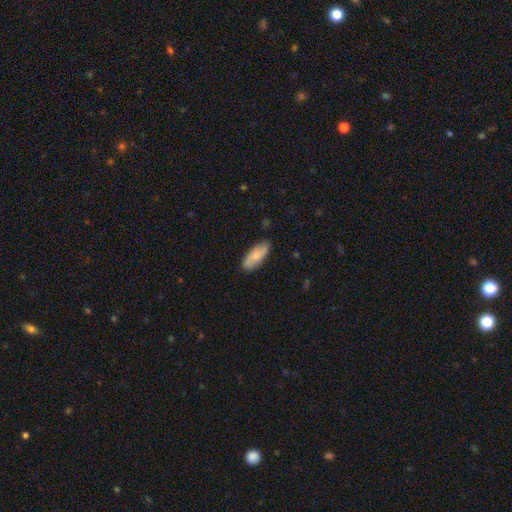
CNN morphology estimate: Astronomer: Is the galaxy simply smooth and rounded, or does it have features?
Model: smooth — 73%.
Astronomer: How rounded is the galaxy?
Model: in between — 74%.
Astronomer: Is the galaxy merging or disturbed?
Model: none — 83%.